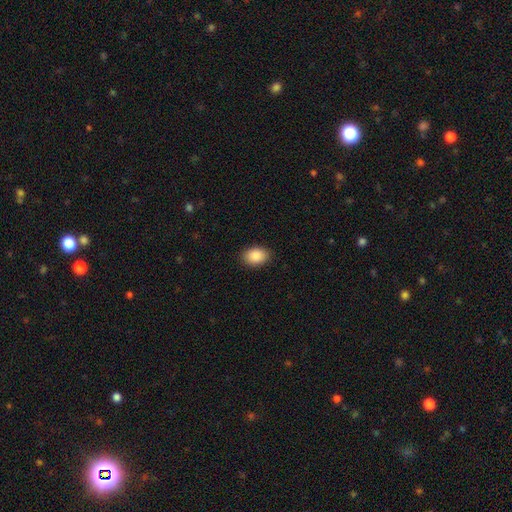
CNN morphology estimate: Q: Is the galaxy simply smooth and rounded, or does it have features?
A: smooth — 89%.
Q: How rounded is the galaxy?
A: in between — 81%.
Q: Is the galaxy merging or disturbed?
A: none — 88%.